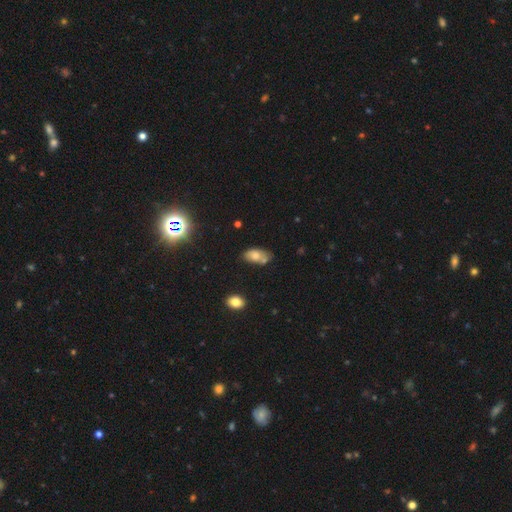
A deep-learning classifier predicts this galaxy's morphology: smooth-or-featured: smooth: 71% | featured or disk: 18% | star or artifact: 11%
  how-rounded: in between: 91% | round: 5% | cigar-shaped: 4%
  merging: none: 50% | minor disturbance: 24% | merger: 19% | major disturbance: 7%